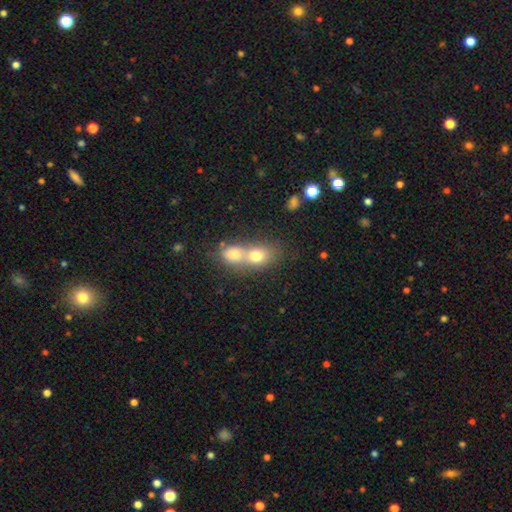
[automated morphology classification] Overall: smooth (72%). How rounded: in between (58%; round 39%). Merging: merger (69%).